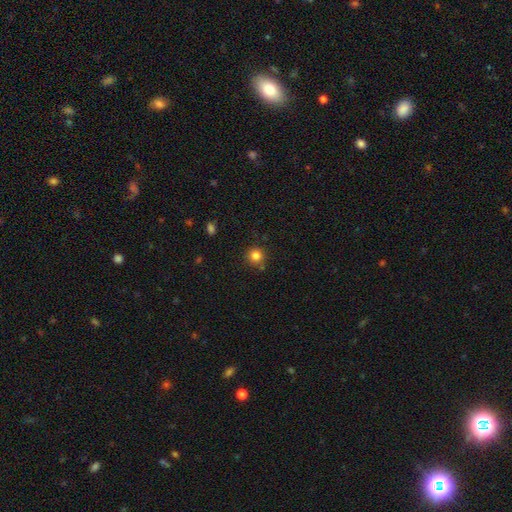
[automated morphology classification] This is clearly a smooth galaxy (82%). How rounded: clearly round (94%). Merging: clearly none (82%).